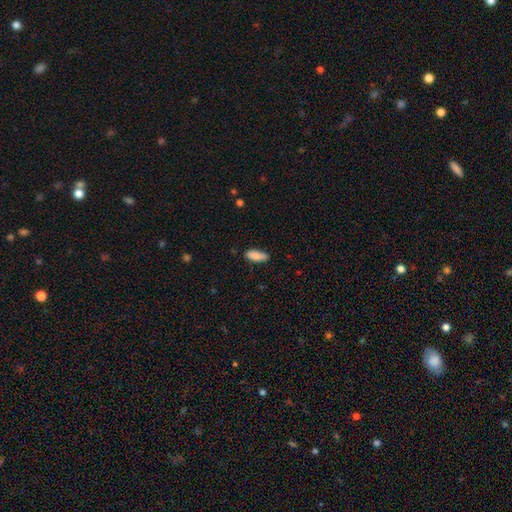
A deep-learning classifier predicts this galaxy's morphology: Smooth or featured? Predicted: smooth (p=0.87). How rounded? Predicted: in between (p=0.74). Merging? Predicted: none (p=0.77).